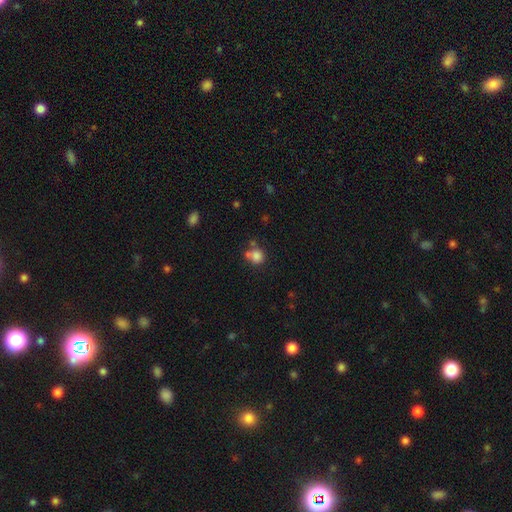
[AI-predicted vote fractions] Smooth or featured?
  - smooth: 81% *
  - star or artifact: 11%
  - featured or disk: 8%
How rounded?
  - round: 80% *
  - in between: 19%
  - cigar-shaped: 1%
Merging?
  - none: 50% *
  - merger: 29%
  - minor disturbance: 15%
  - major disturbance: 6%